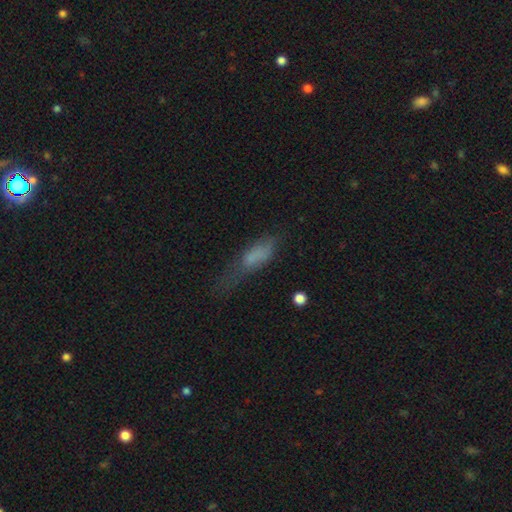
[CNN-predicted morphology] Smooth or featured? Predicted: smooth (p=0.67). How rounded? Predicted: cigar-shaped (p=0.50). Merging? Predicted: none (p=0.35).